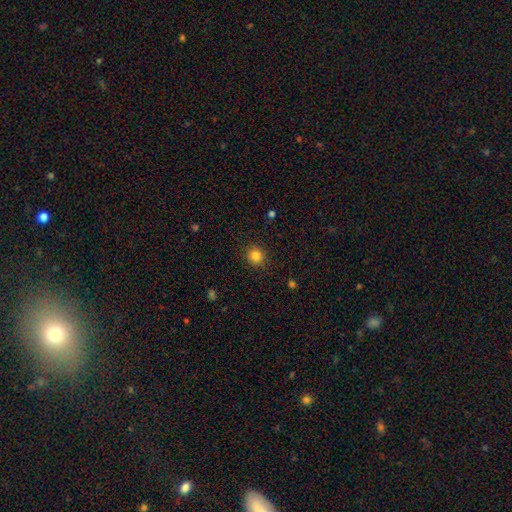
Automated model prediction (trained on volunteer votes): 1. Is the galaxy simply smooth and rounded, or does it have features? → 83% smooth, 12% star or artifact, 5% featured or disk.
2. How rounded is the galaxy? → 90% round, 9% in between, 1% cigar-shaped.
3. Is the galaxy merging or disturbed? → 90% none, 7% minor disturbance, 2% major disturbance, 1% merger.